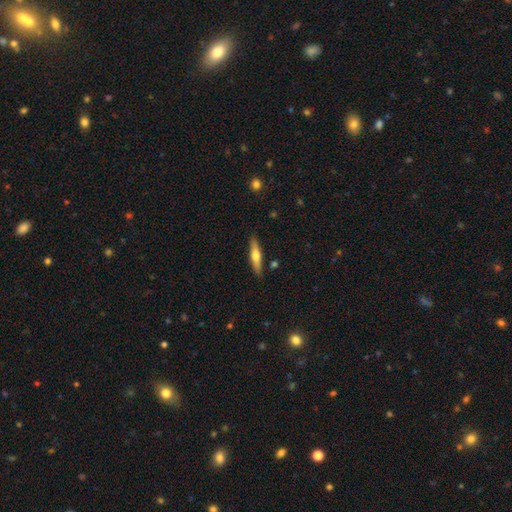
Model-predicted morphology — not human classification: A featured or disk galaxy (48%).

Vote fractions:
- Smooth or featured? featured or disk: 48% / smooth: 47% / star or artifact: 6%
- Merging? none: 88% / minor disturbance: 8% / merger: 2% / major disturbance: 2%